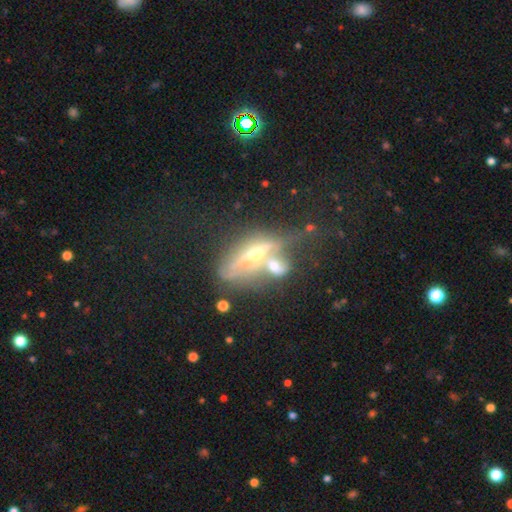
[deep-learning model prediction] A featured or disk galaxy (72%) viewed edge-on (70%) with a rounded central bulge (90%). Merging: merger (46%).